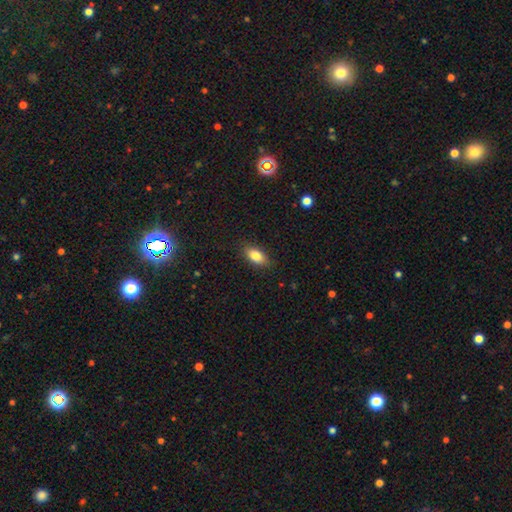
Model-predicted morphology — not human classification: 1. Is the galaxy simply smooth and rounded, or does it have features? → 83% smooth, 9% featured or disk, 8% star or artifact.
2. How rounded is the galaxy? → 88% in between, 8% cigar-shaped, 5% round.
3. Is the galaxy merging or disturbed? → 86% none, 10% minor disturbance, 2% major disturbance, 1% merger.